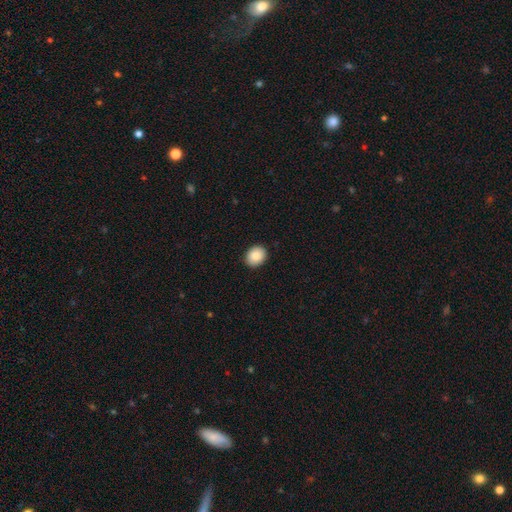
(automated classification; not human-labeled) Overall: smooth (89%). How rounded: round (53%; in between 46%). Merging: none (90%).